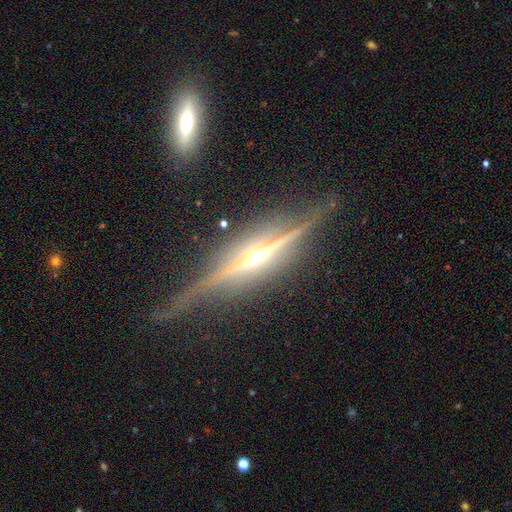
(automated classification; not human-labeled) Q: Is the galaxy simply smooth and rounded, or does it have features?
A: featured or disk — 88%.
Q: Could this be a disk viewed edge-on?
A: yes — 97%.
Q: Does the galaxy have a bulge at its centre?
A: rounded — 88%.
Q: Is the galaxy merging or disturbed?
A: none — 77%.